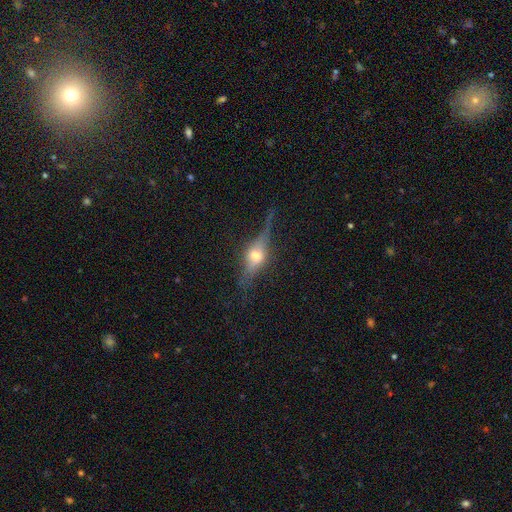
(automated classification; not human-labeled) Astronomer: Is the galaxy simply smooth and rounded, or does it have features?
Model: featured or disk — 72%.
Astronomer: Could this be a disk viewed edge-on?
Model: yes — 94%.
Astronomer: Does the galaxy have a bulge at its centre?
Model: rounded — 94%.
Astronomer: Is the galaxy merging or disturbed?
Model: none — 78%.